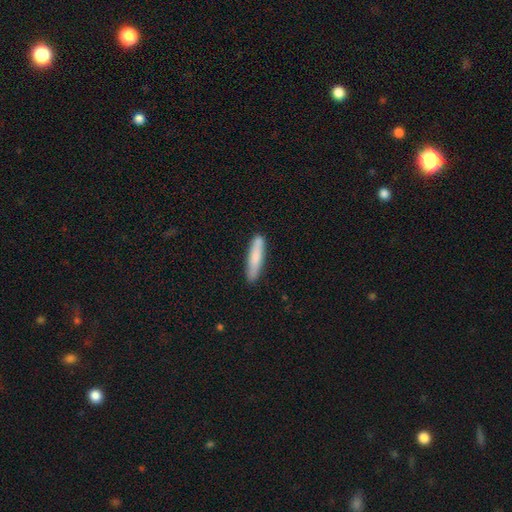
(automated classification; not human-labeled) Smooth or featured?
  - smooth: 77% *
  - featured or disk: 17%
  - star or artifact: 6%
How rounded?
  - cigar-shaped: 87% *
  - in between: 12%
  - round: 1%
Merging?
  - none: 83% *
  - minor disturbance: 12%
  - merger: 3%
  - major disturbance: 2%